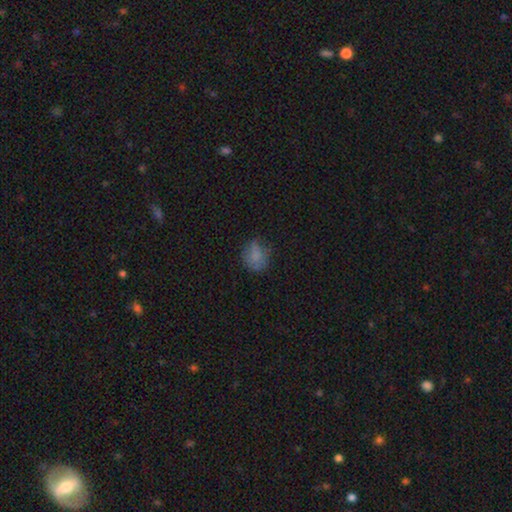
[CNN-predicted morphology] A smooth galaxy with no disk features (75%) that is round (61%). Merging: none (62%).